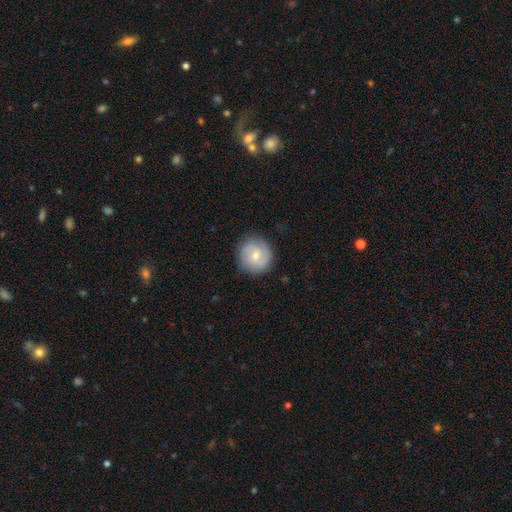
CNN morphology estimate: Smooth or featured: featured or disk — 48% (smooth — 45%)
Merging: none — 86% (minor disturbance — 10%)